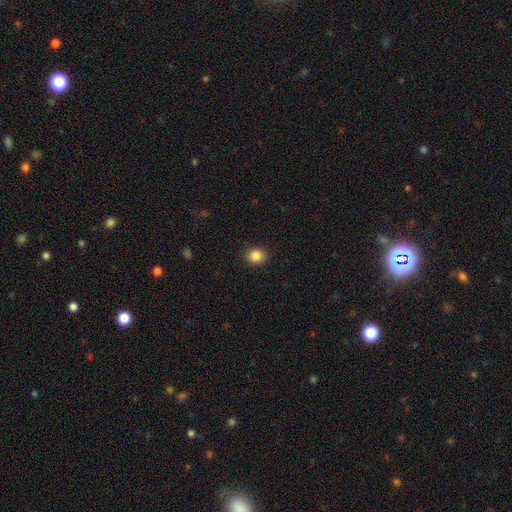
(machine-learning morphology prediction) smooth-or-featured: smooth: 86% | star or artifact: 10% | featured or disk: 4%
  how-rounded: round: 72% | in between: 27% | cigar-shaped: 1%
  merging: none: 90% | minor disturbance: 7% | major disturbance: 2% | merger: 1%